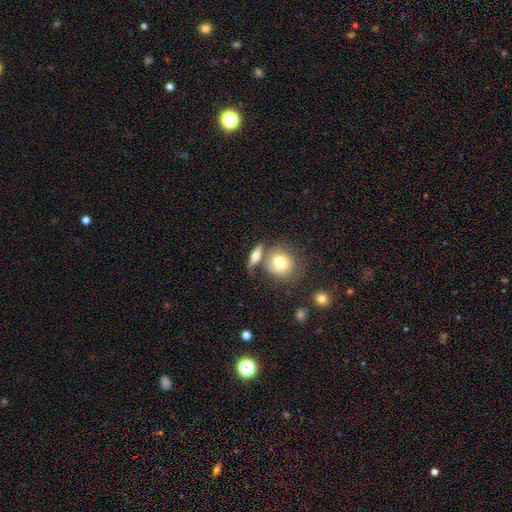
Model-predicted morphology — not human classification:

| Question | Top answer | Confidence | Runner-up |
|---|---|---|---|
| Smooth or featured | smooth | 56% | featured or disk (36%) |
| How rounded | in between | 40% | round (33%) |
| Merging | none | 59% | merger (21%) |